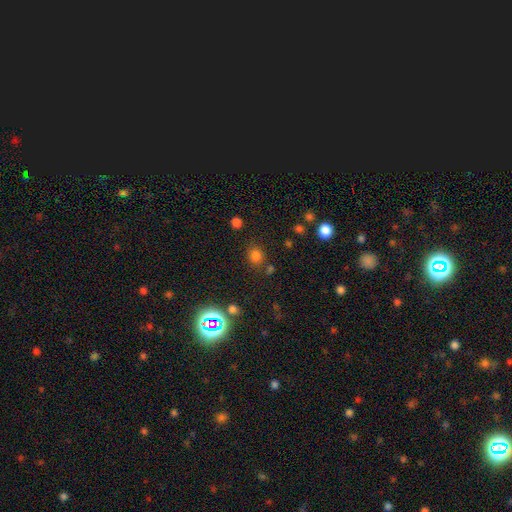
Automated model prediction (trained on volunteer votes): smooth_or_featured: smooth (p=0.75) [alt: star or artifact p=0.20]
how_rounded: round (p=0.79) [alt: in between p=0.20]
merging: none (p=0.80) [alt: minor disturbance p=0.11]